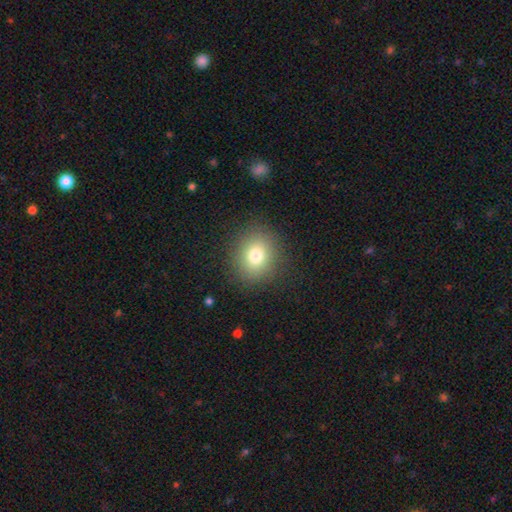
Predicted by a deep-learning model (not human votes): A smooth galaxy with no disk features (77%) that is round (71%).

Vote fractions:
- Smooth or featured? smooth: 77% / star or artifact: 13% / featured or disk: 10%
- How rounded? round: 71% / in between: 28% / cigar-shaped: 1%
- Merging? none: 88% / minor disturbance: 7% / major disturbance: 3% / merger: 1%